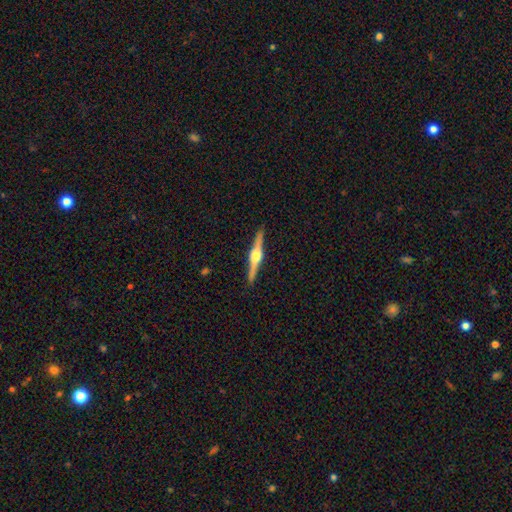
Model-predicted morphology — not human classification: Smooth or featured? Predicted: featured or disk (p=0.83). Edge-on disk? Predicted: yes (p=0.98). Edge-on bulge? Predicted: rounded (p=0.93). Merging? Predicted: none (p=0.92).